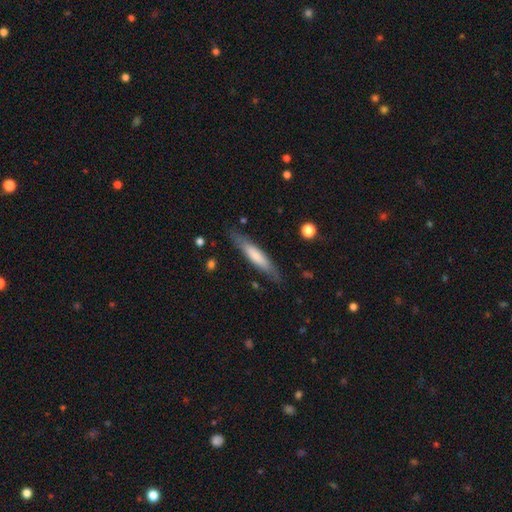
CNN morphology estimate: This appears to be a smooth galaxy with no disk features (64%) that is cigar-shaped (84%). Merging: none (81%).